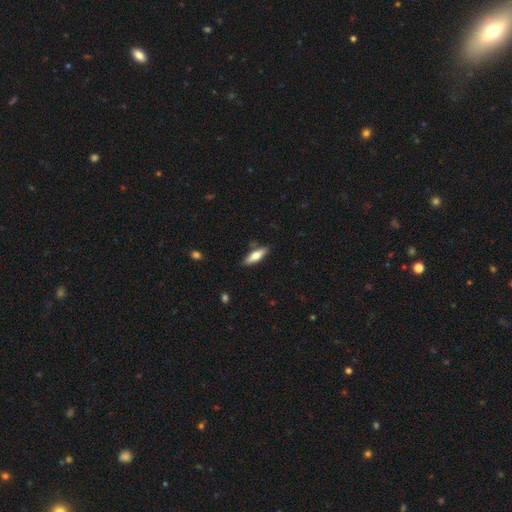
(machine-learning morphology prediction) Smooth or featured? smooth (67%)
How rounded? cigar-shaped (51%)
Merging? none (85%)